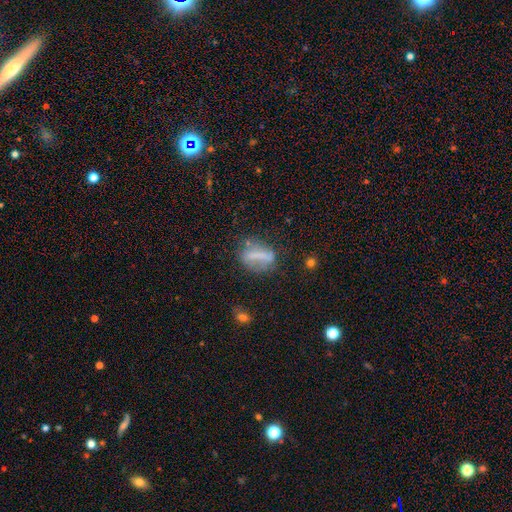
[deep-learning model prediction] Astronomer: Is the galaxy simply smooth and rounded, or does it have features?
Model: smooth — 52% (runner-up: featured or disk, 37%).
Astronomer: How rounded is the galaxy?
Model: in between — 55%.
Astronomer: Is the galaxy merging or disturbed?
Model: none — 59%.